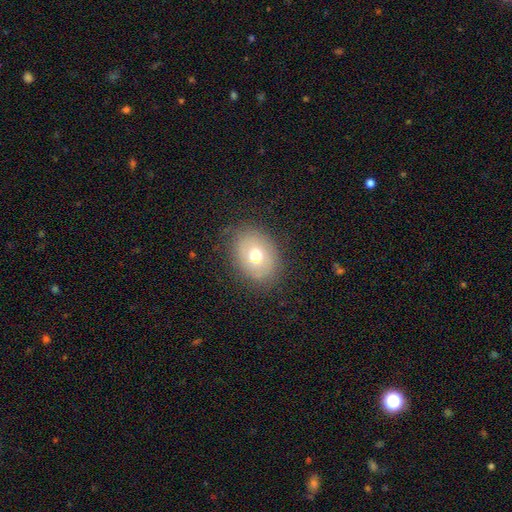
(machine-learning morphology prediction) Smooth or featured? smooth (65%)
How rounded? in between (60%)
Merging? none (78%)